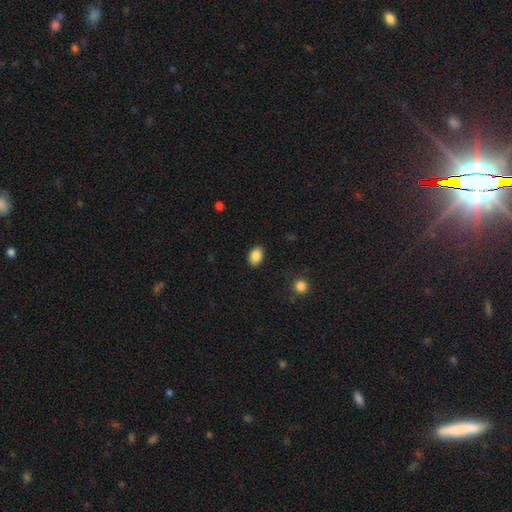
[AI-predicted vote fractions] Smooth or featured?
  - smooth: 88% *
  - star or artifact: 8%
  - featured or disk: 4%
How rounded?
  - in between: 82% *
  - round: 17%
  - cigar-shaped: 1%
Merging?
  - none: 89% *
  - minor disturbance: 8%
  - major disturbance: 2%
  - merger: 1%